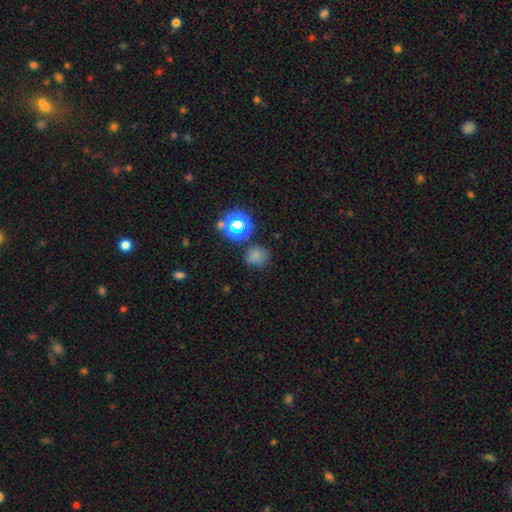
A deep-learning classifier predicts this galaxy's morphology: type=smooth (68%); roundness=round (75%); merging=none (72%).